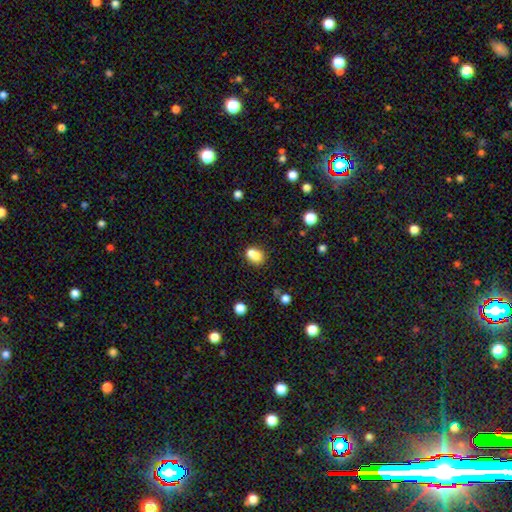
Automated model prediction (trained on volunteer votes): This appears to be a smooth galaxy with no disk features (73%) that is round (51%). Merging: merger (53%).